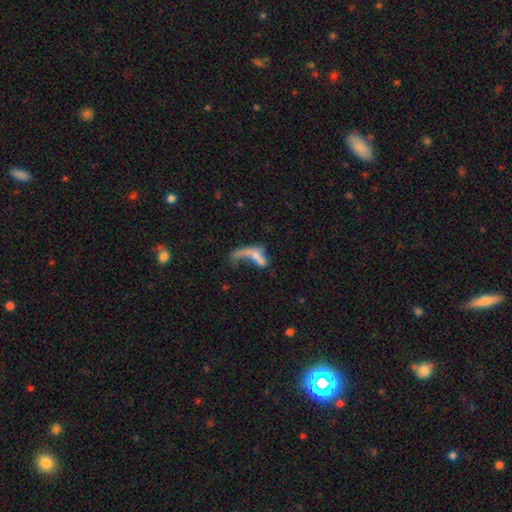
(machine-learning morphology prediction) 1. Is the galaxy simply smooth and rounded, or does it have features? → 45% featured or disk, 43% smooth, 12% star or artifact.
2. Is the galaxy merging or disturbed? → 39% merger, 33% major disturbance, 19% none, 10% minor disturbance.